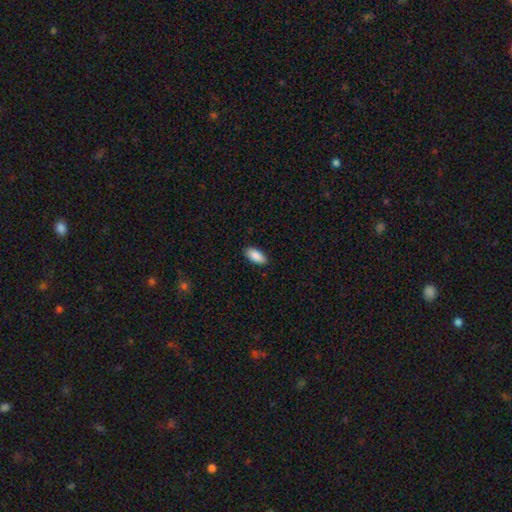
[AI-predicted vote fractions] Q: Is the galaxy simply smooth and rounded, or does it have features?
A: smooth — 89%.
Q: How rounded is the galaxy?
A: in between — 91%.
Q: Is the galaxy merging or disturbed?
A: none — 89%.